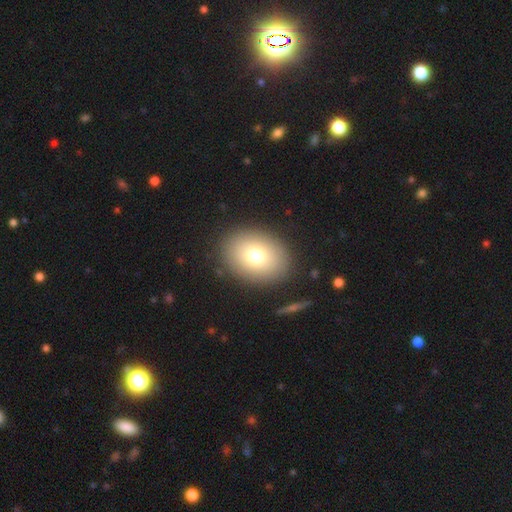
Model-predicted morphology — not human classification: Smooth or featured? Predicted: smooth (p=0.76). How rounded? Predicted: in between (p=0.67). Merging? Predicted: none (p=0.87).